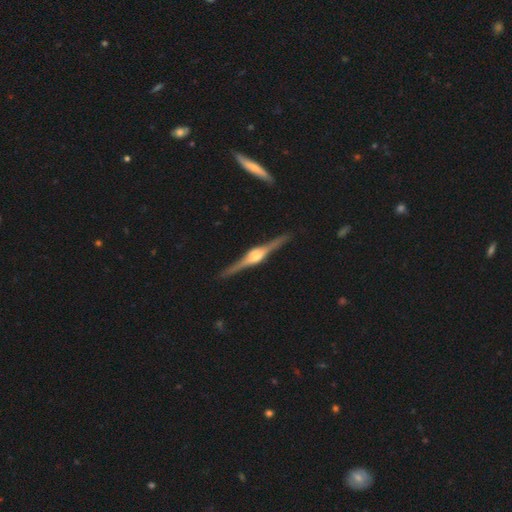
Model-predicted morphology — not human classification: smooth_or_featured: featured or disk (p=0.88) [alt: smooth p=0.07]
disk_edge_on: yes (p=0.98) [alt: no p=0.02]
edge_on_bulge: rounded (p=0.88) [alt: boxy p=0.10]
merging: none (p=0.91) [alt: minor disturbance p=0.07]